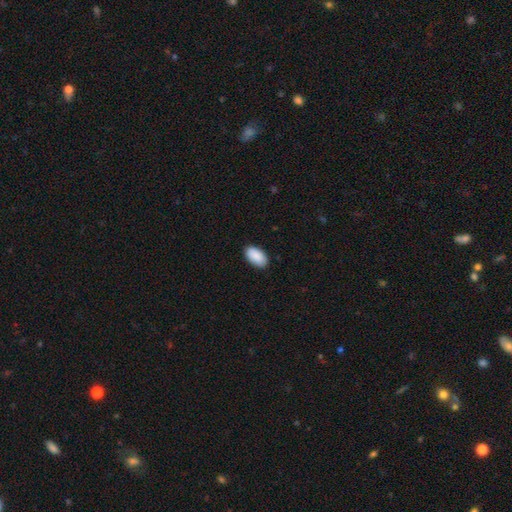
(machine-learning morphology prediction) A smooth galaxy with no disk features (90%) that is in between round and cigar-shaped (95%).

Vote fractions:
- Smooth or featured? smooth: 90% / star or artifact: 6% / featured or disk: 4%
- How rounded? in between: 95% / round: 3% / cigar-shaped: 1%
- Merging? none: 87% / minor disturbance: 10% / major disturbance: 2% / merger: 1%